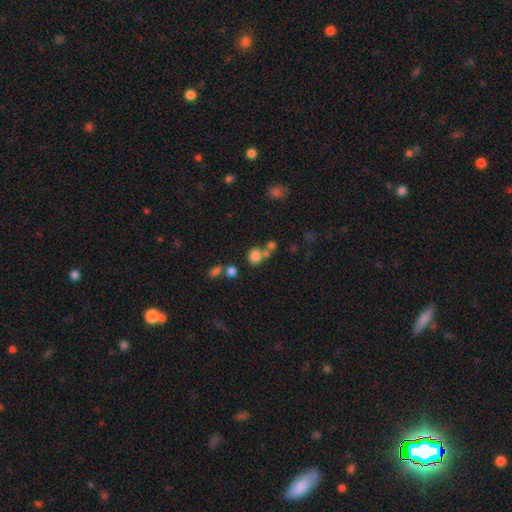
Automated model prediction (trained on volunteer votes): Smooth or featured? Predicted: smooth (p=0.78). How rounded? Predicted: round (p=0.80). Merging? Predicted: none (p=0.52).